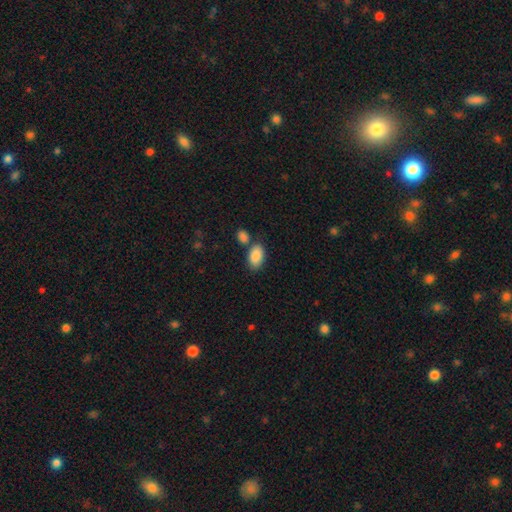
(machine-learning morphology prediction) smooth_or_featured: smooth (p=0.88) [alt: star or artifact p=0.07]
how_rounded: in between (p=0.92) [alt: round p=0.06]
merging: none (p=0.64) [alt: merger p=0.18]